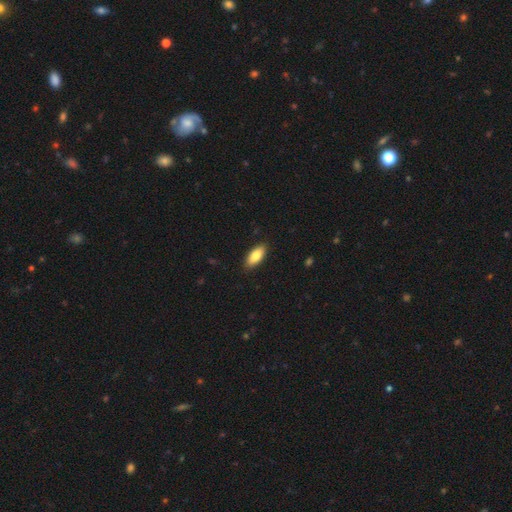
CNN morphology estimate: Smooth or featured?
  - smooth: 85% *
  - featured or disk: 9%
  - star or artifact: 6%
How rounded?
  - in between: 85% *
  - cigar-shaped: 13%
  - round: 2%
Merging?
  - none: 88% *
  - minor disturbance: 9%
  - major disturbance: 2%
  - merger: 1%